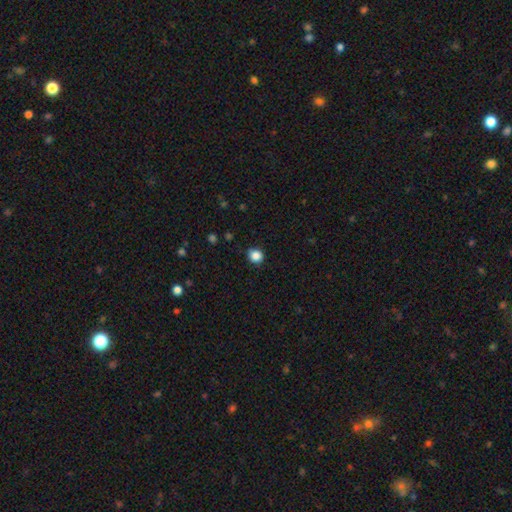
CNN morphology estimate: Q: Smooth or featured?
A: smooth (85%); runner-up: star or artifact (11%)
Q: How rounded?
A: round (84%); runner-up: in between (15%)
Q: Merging?
A: none (79%); runner-up: minor disturbance (17%)